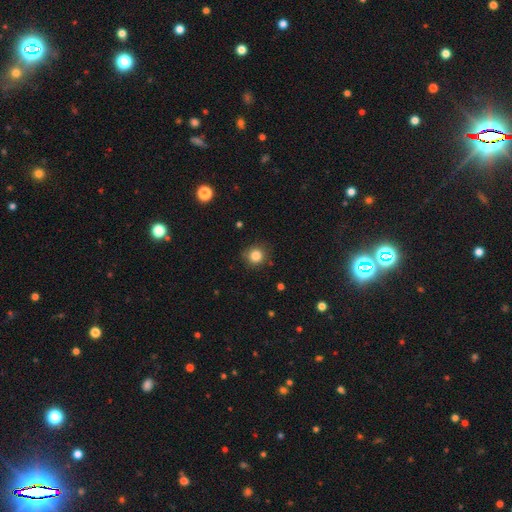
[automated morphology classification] type=smooth (84%); roundness=round (91%); merging=none (84%).